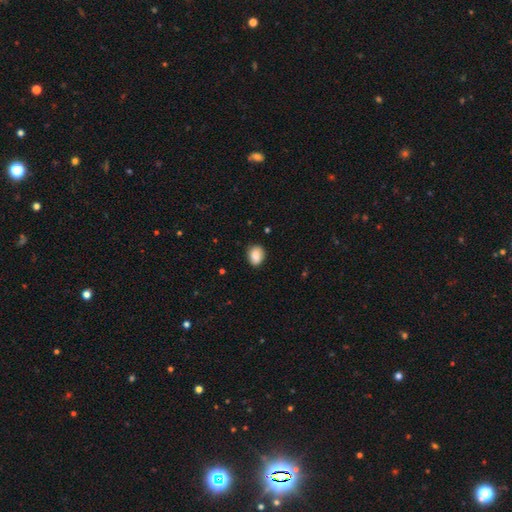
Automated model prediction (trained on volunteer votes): This is clearly a smooth galaxy (88%). How rounded: likely in between (66%). Merging: clearly none (83%).